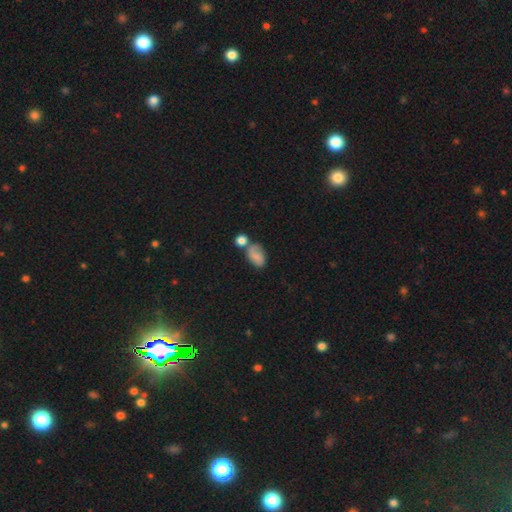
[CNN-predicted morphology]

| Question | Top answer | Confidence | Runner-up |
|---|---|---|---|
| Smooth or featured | smooth | 63% | featured or disk (26%) |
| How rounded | in between | 82% | round (16%) |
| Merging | none | 36% | merger (31%) |